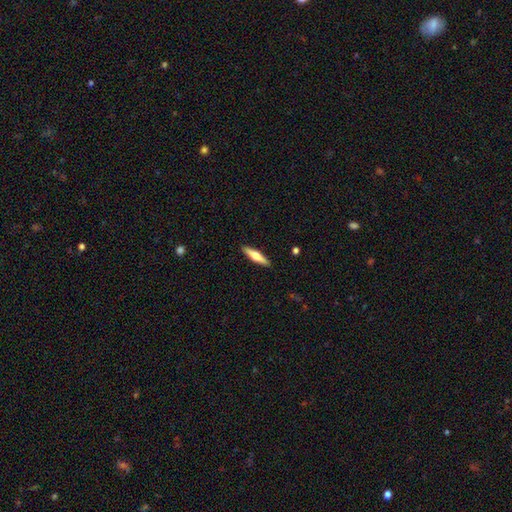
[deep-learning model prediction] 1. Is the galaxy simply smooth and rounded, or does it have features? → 48% featured or disk, 47% smooth, 5% star or artifact.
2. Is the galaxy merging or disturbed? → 91% none, 7% minor disturbance, 1% major disturbance, 1% merger.